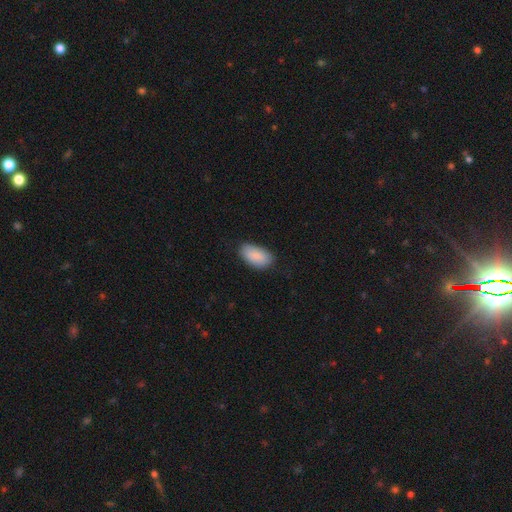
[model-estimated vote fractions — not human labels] A smooth galaxy with no disk features (88%) that is in between round and cigar-shaped (95%). Merging: none (78%).